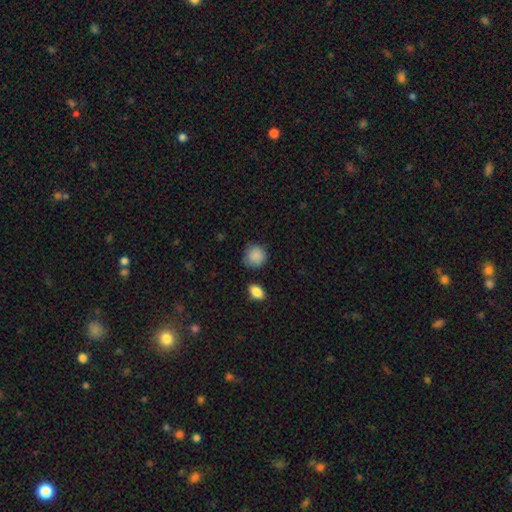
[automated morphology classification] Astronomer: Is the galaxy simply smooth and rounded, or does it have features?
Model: smooth — 88%.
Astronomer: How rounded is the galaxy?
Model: round — 85%.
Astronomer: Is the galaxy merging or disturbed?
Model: none — 74%.